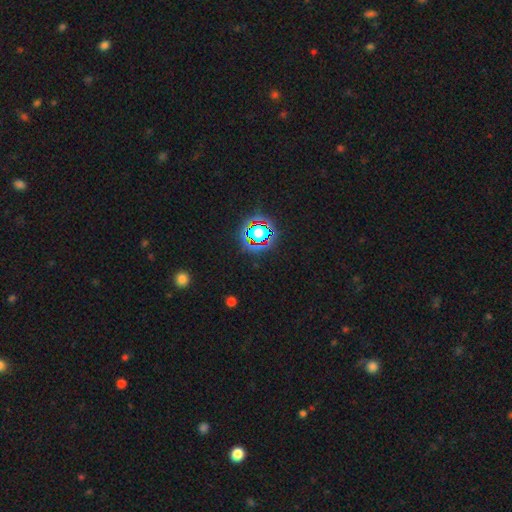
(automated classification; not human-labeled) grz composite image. It shows a star or artifact, not a galaxy (79%).